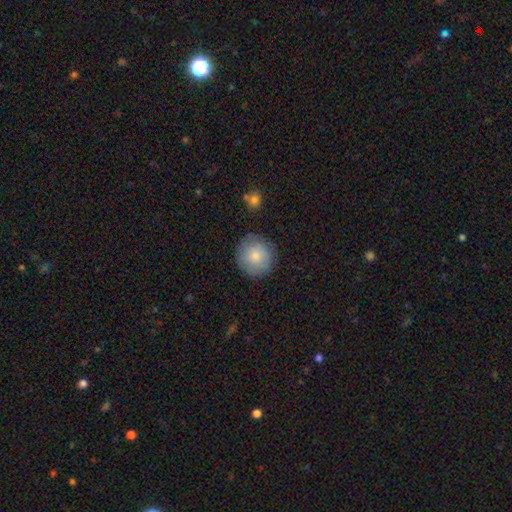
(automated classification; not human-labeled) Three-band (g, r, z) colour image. It shows a smooth galaxy with no disk features (80%) that is round (93%). Merging: none (83%).